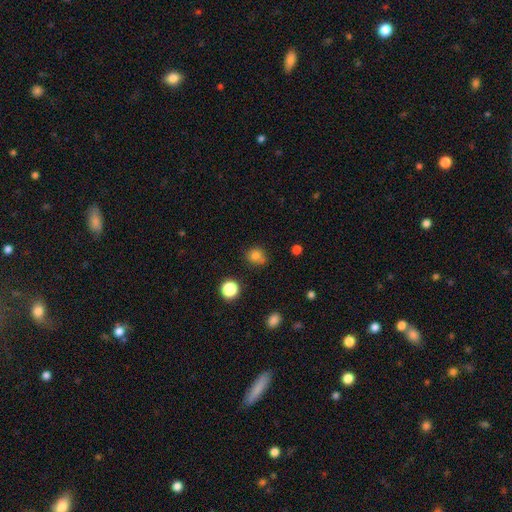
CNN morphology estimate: type=smooth (79%); roundness=round (81%); merging=none (68%).